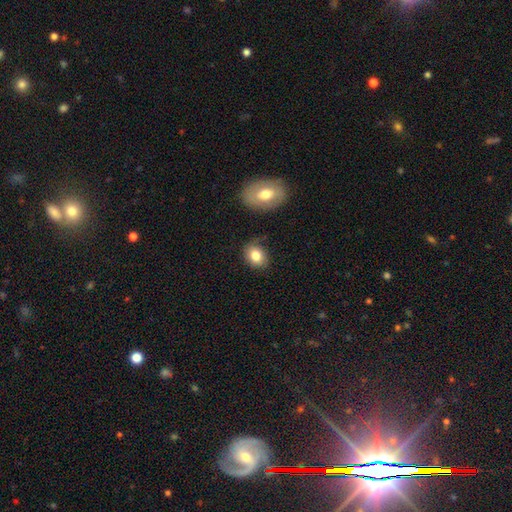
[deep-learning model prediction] smooth-or-featured: smooth: 81% | featured or disk: 10% | star or artifact: 9%
  how-rounded: in between: 55% | round: 44% | cigar-shaped: 1%
  merging: none: 75% | minor disturbance: 16% | merger: 5% | major disturbance: 4%